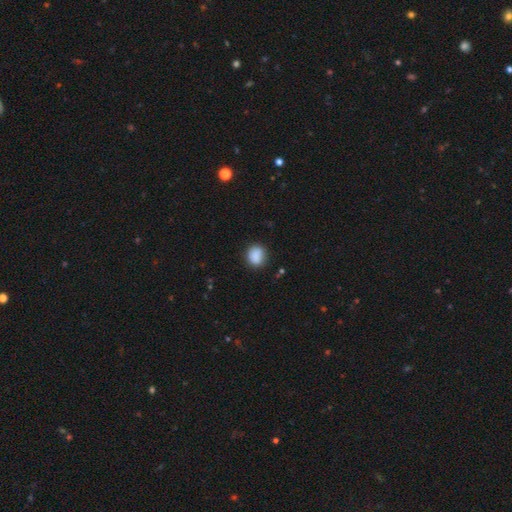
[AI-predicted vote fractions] A smooth galaxy with no disk features (88%) that is round (65%). Merging: none (81%).